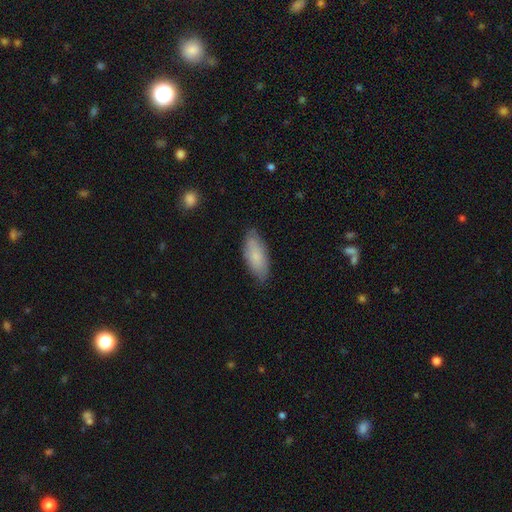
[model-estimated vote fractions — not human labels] Morphology: type=smooth (81%); roundness=in between (78%); merging=none (80%).